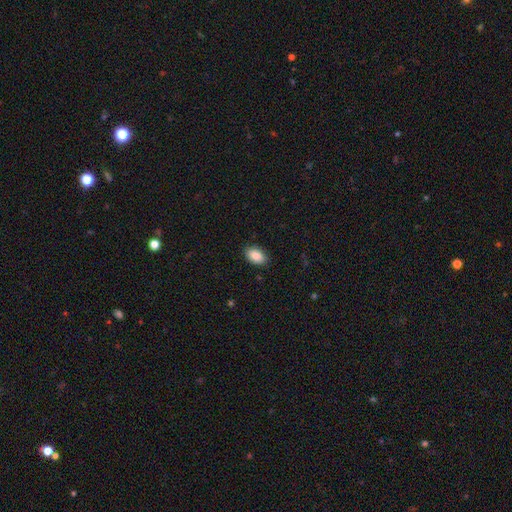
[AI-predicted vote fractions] Overall: smooth (89%). How rounded: in between (92%). Merging: none (88%).